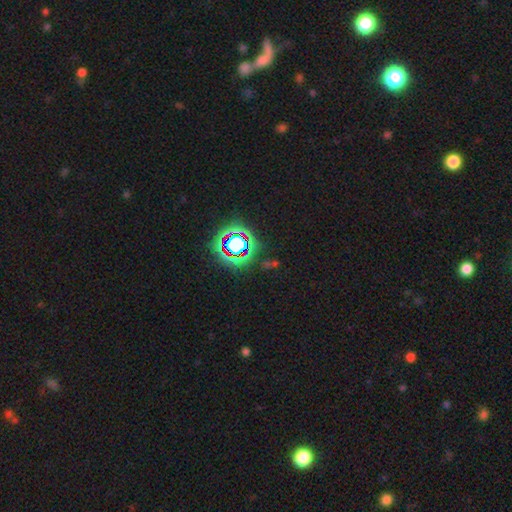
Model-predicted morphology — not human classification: A star or artifact, not a galaxy (75%).

Vote fractions:
- Smooth or featured? star or artifact: 75% / smooth: 16% / featured or disk: 8%